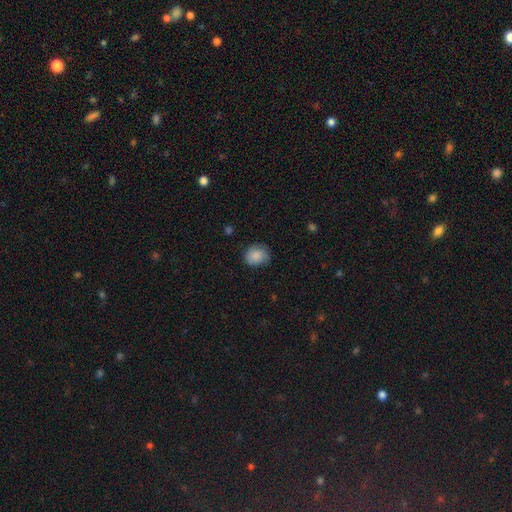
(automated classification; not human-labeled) The model was most divided on "how rounded": round: 72%, in between: 27%, cigar-shaped: 1%. More confident: smooth or featured — smooth (84%); merging — none (71%).